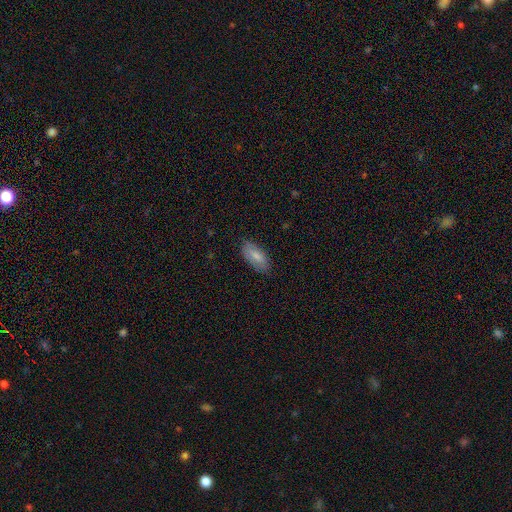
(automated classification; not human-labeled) smooth_or_featured: smooth (p=0.79) [alt: featured or disk p=0.15]
how_rounded: in between (p=0.88) [alt: cigar-shaped p=0.10]
merging: none (p=0.81) [alt: minor disturbance p=0.15]